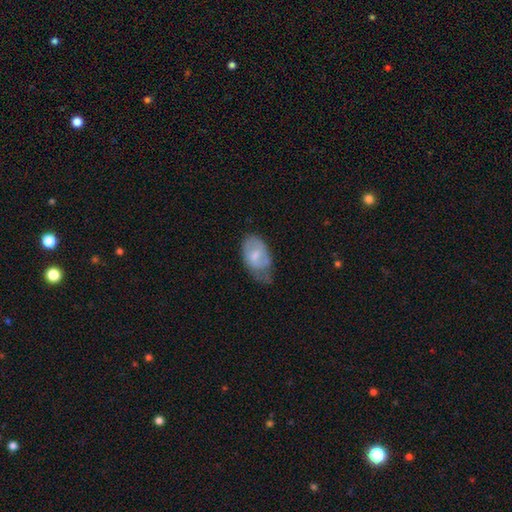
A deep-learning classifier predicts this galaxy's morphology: type=smooth (61%); roundness=in between (92%); merging=minor disturbance (42%).